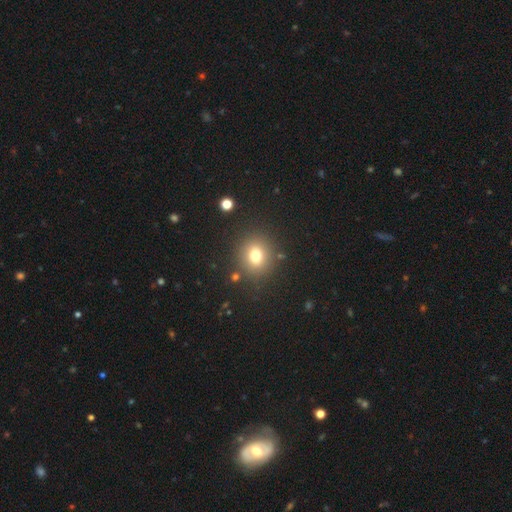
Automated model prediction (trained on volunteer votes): A smooth galaxy with no disk features (76%) that is round (76%).

Vote fractions:
- Smooth or featured? smooth: 76% / star or artifact: 15% / featured or disk: 9%
- How rounded? round: 76% / in between: 23% / cigar-shaped: 1%
- Merging? none: 86% / minor disturbance: 8% / merger: 3% / major disturbance: 3%